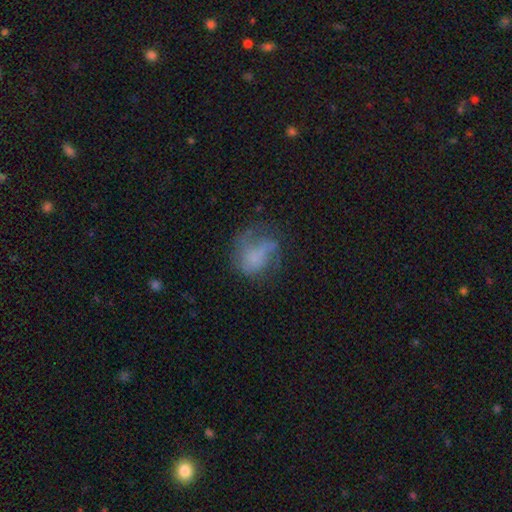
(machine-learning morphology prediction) The model was most divided on "smooth or featured" (2-way tie): smooth: 44%, featured or disk: 44%, star or artifact: 12%. Remaining: merging — none (41%).